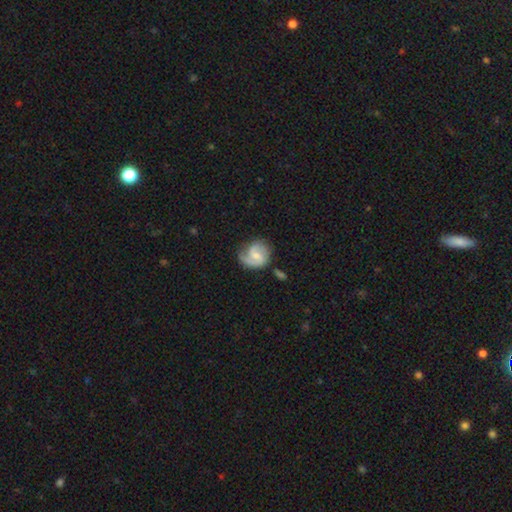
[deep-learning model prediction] This is likely a featured or disk galaxy (77%). It is clearly not viewed edge-on (98%). Bar: possibly weak (52%). Spiral arm pattern: clearly yes (95%). Spiral arm count: likely 2 (73%). Spiral winding: possibly medium (48%). Central bulge: possibly small (50%). Merging: possibly none (60%).